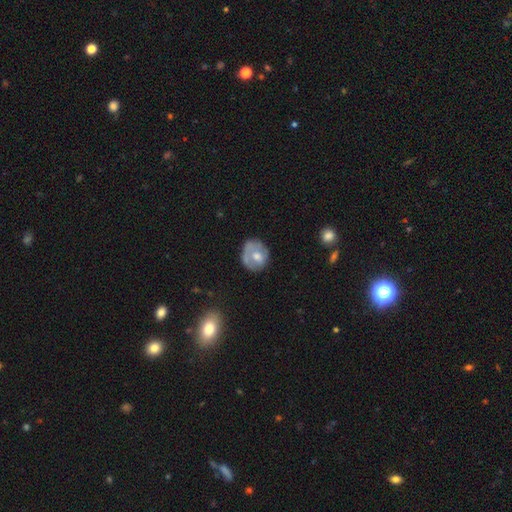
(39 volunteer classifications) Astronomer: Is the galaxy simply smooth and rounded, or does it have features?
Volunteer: smooth — 46% (runner-up: featured or disk, 44%).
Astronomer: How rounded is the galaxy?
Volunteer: round — 56% (runner-up: in between, 44%).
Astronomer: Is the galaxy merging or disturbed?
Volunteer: none — 60%.